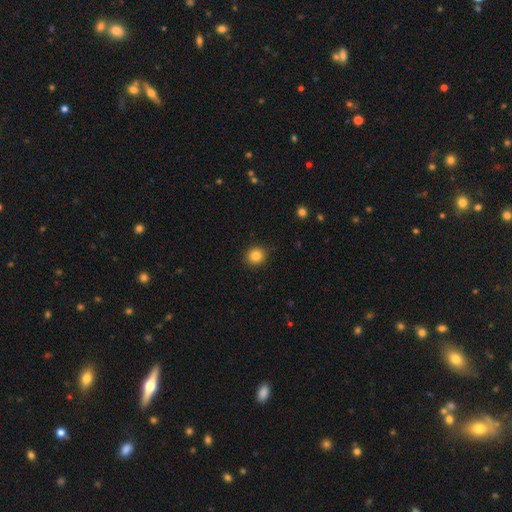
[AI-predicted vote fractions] The model was most divided on "smooth or featured": smooth: 84%, star or artifact: 11%, featured or disk: 5%. More confident: merging — none (90%); how rounded — round (88%).